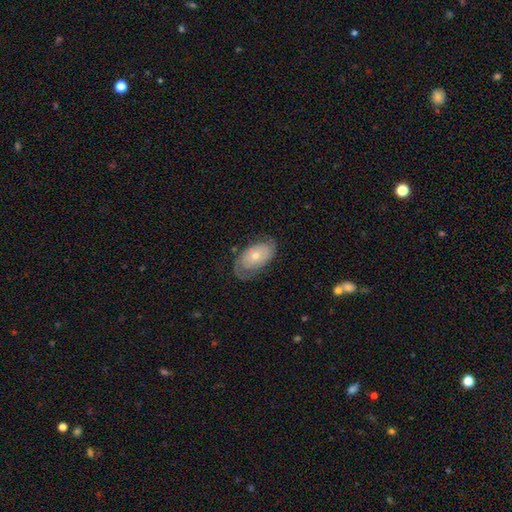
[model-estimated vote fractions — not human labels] Smooth or featured?
  - featured or disk: 61% *
  - smooth: 33%
  - star or artifact: 6%
Edge-on disk?
  - no: 93% *
  - yes: 7%
Bar?
  - no: 82% *
  - weak: 15%
  - strong: 3%
Spiral arms?
  - yes: 76% *
  - no: 24%
Bulge size?
  - moderate: 50% *
  - small: 45%
  - large: 3%
  - none: 1%
  - dominant: 1%
Merging?
  - none: 65% *
  - minor disturbance: 22%
  - major disturbance: 12%
  - merger: 1%